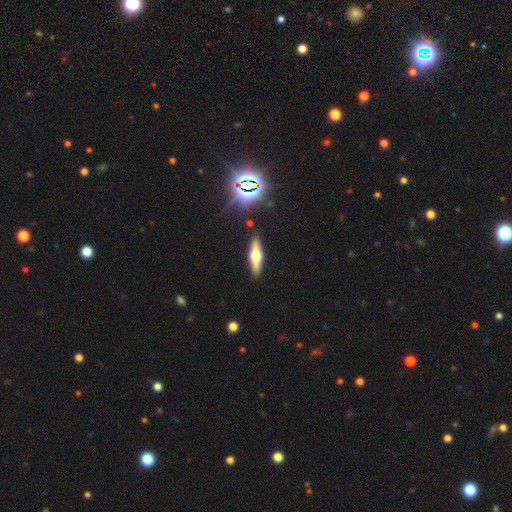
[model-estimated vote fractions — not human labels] Overall: featured or disk (59%; smooth 31%). Edge-on disk: yes (94%). Edge-on bulge: rounded (94%). Merging: none (90%).